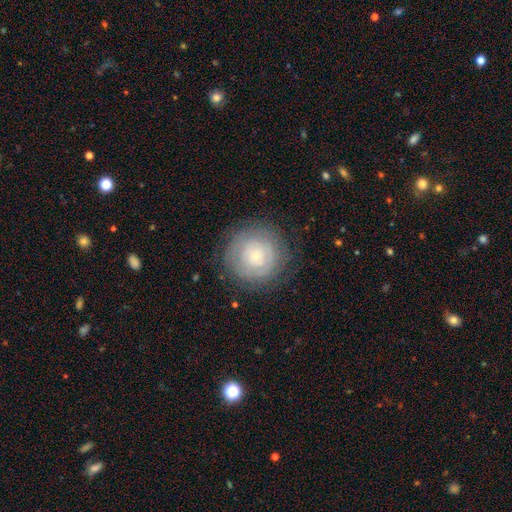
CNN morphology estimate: This is possibly a smooth galaxy (46%). Merging: clearly none (83%).